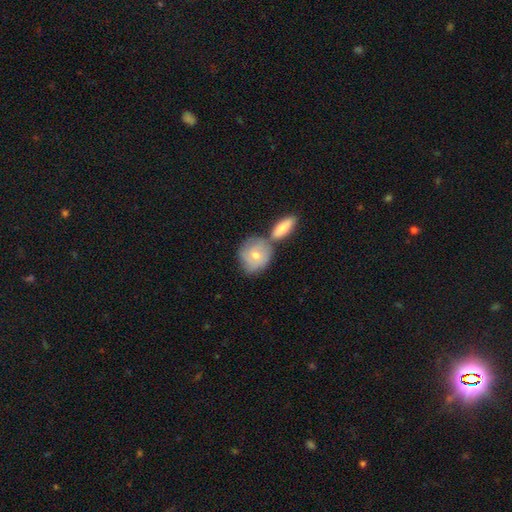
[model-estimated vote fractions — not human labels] smooth_or_featured: smooth (p=0.68) [alt: featured or disk p=0.26]
how_rounded: round (p=0.75) [alt: in between p=0.23]
merging: none (p=0.50) [alt: merger p=0.31]